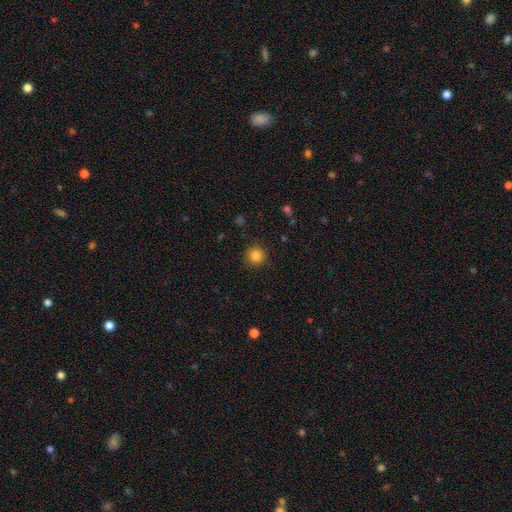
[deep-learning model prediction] Morphology: type=smooth (84%); roundness=round (94%); merging=none (89%).